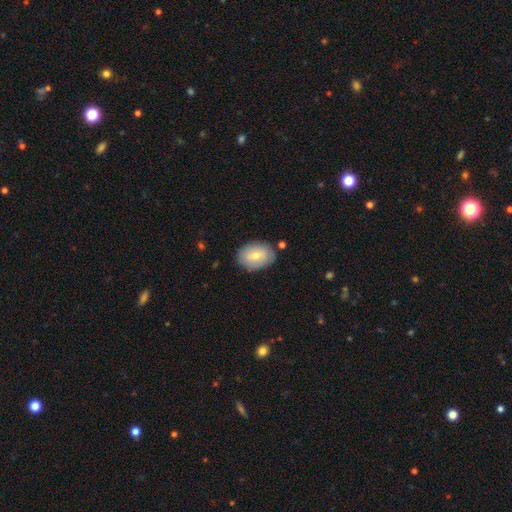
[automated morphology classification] Smooth or featured? Predicted: smooth (p=0.72). How rounded? Predicted: in between (p=0.79). Merging? Predicted: none (p=0.81).